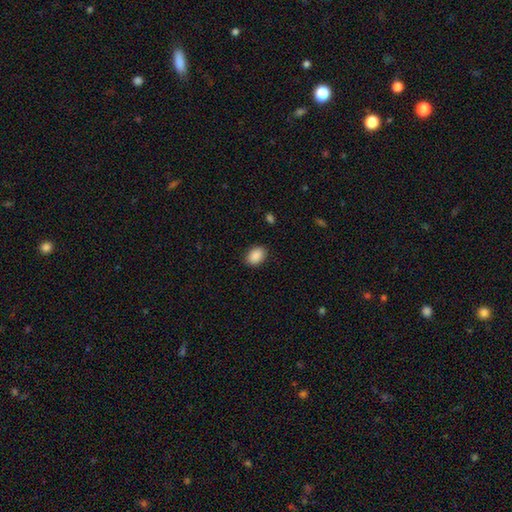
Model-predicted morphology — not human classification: Q: Smooth or featured?
A: smooth (90%); runner-up: star or artifact (7%)
Q: How rounded?
A: in between (76%); runner-up: round (23%)
Q: Merging?
A: none (88%); runner-up: minor disturbance (9%)